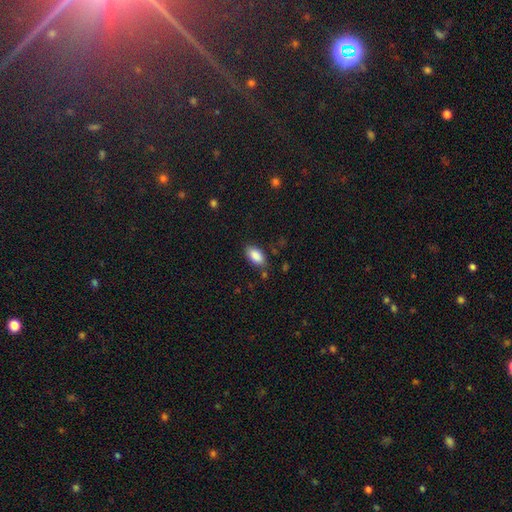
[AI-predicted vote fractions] This is clearly a smooth galaxy (88%). How rounded: clearly in between (93%). Merging: clearly none (81%).